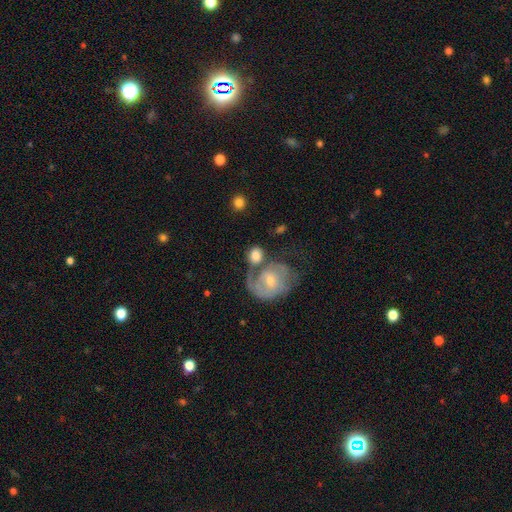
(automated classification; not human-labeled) Morphology: type=smooth (63%); roundness=round (63%); merging=none (40%).